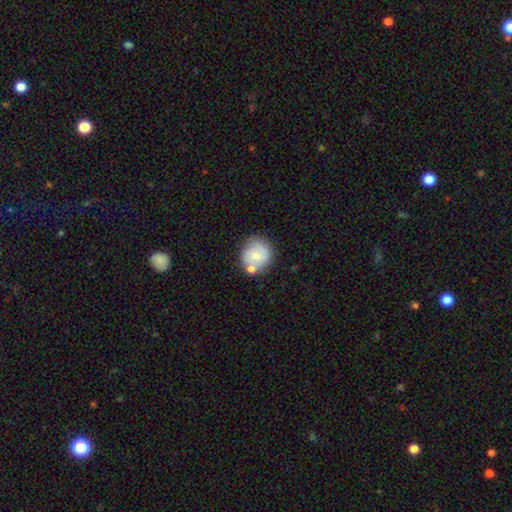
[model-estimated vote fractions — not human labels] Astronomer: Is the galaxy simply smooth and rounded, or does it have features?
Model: smooth — 68%.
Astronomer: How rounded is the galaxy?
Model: round — 82%.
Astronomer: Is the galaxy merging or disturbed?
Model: none — 55%.